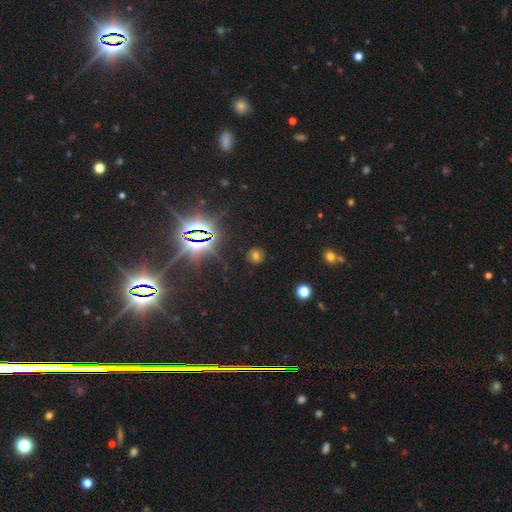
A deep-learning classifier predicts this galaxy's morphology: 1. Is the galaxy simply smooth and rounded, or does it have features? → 54% smooth, 35% star or artifact, 11% featured or disk.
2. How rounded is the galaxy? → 84% round, 14% in between, 1% cigar-shaped.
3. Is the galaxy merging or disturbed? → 86% none, 9% minor disturbance, 3% major disturbance, 2% merger.